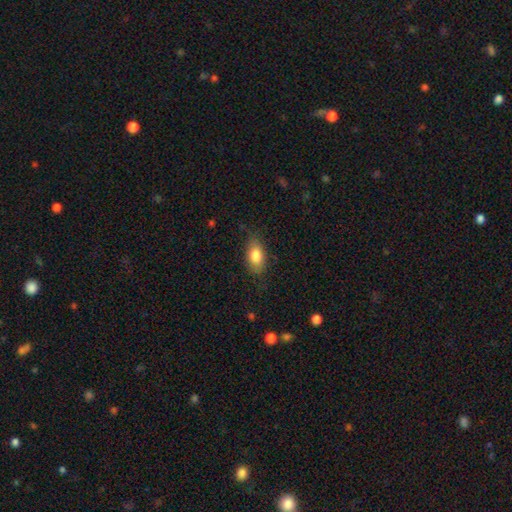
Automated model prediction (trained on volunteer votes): Morphology: type=smooth (82%); roundness=in between (89%); merging=none (77%).